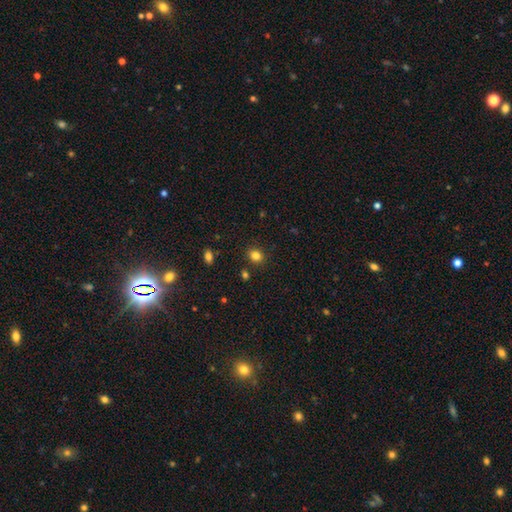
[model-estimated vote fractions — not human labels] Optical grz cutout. It shows a smooth galaxy with no disk features (83%) that is round (63%). Merging: none (86%).